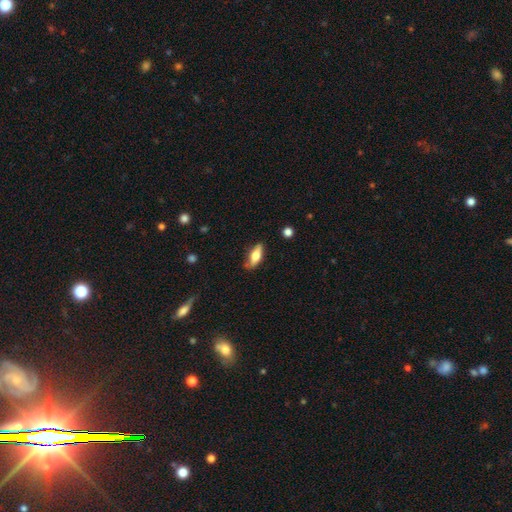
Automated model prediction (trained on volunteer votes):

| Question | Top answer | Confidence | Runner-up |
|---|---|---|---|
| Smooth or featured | smooth | 60% | featured or disk (33%) |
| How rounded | in between | 67% | cigar-shaped (30%) |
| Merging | none | 74% | minor disturbance (20%) |